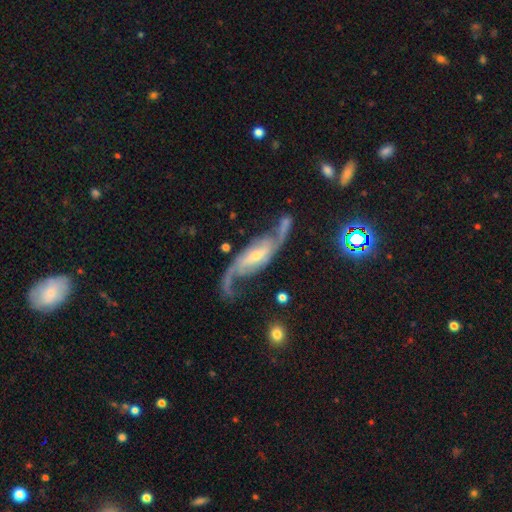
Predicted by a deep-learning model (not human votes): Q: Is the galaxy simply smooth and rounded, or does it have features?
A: featured or disk — 90%.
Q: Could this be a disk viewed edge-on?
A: no — 93%.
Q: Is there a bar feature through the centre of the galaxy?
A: weak — 40%.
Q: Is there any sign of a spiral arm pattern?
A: yes — 97%.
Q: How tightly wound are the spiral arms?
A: loose — 56%.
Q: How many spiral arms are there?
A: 2 — 93%.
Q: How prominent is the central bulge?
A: small — 60%.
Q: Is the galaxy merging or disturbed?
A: none — 69%.